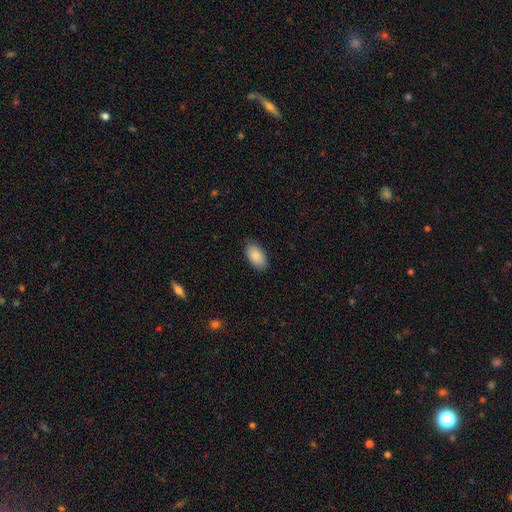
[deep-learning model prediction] A smooth galaxy with no disk features (88%) that is in between round and cigar-shaped (95%). Merging: none (84%).